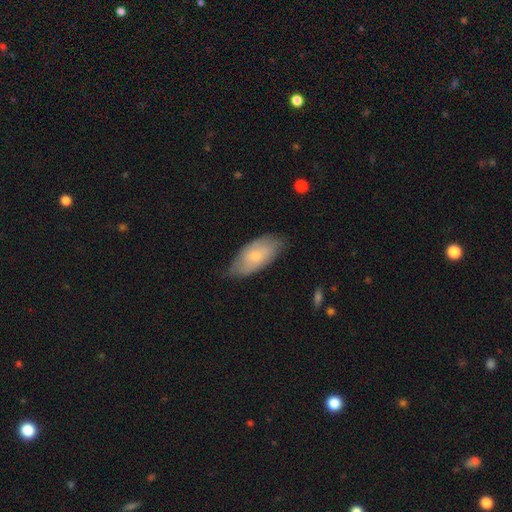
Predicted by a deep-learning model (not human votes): A smooth galaxy with no disk features (62%) that is in between round and cigar-shaped (90%).

Vote fractions:
- Smooth or featured? smooth: 62% / featured or disk: 32% / star or artifact: 6%
- How rounded? in between: 90% / cigar-shaped: 7% / round: 3%
- Merging? none: 67% / minor disturbance: 27% / major disturbance: 5% / merger: 1%